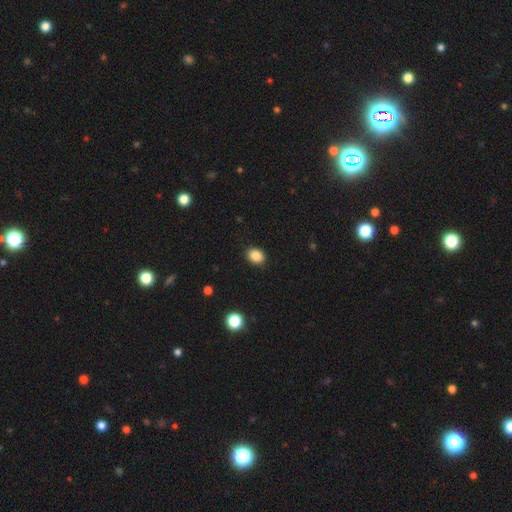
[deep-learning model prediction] Morphology: type=smooth (87%); roundness=in between (54%); merging=none (89%).